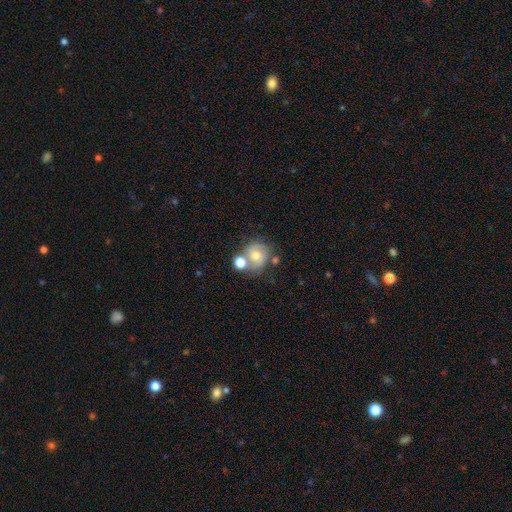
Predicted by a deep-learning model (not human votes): Smooth or featured? featured or disk (52%)
Edge-on disk? no (97%)
Bar? no (68%)
Spiral arms? yes (81%)
Bulge size? moderate (60%)
Merging? none (49%)